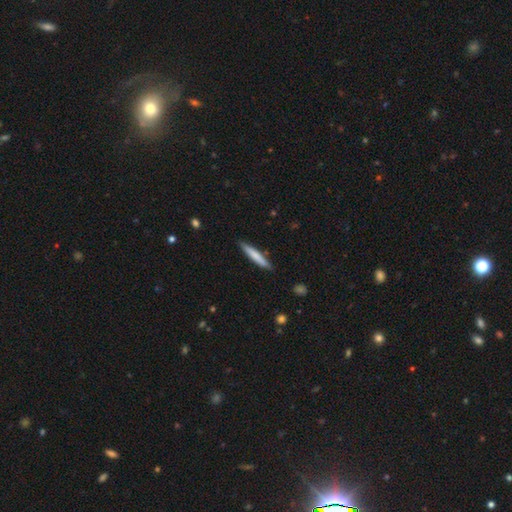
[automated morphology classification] The model was most divided on "smooth or featured": smooth: 72%, featured or disk: 23%, star or artifact: 5%. More confident: how rounded — cigar-shaped (93%); merging — none (87%).